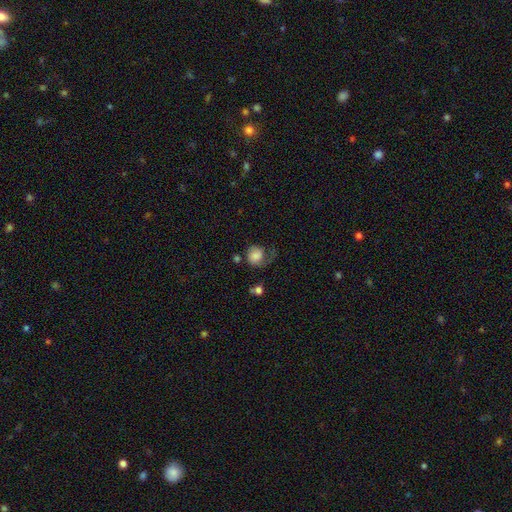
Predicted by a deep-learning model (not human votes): A smooth galaxy with no disk features (61%) that is round (74%). Merging: major disturbance (39%).